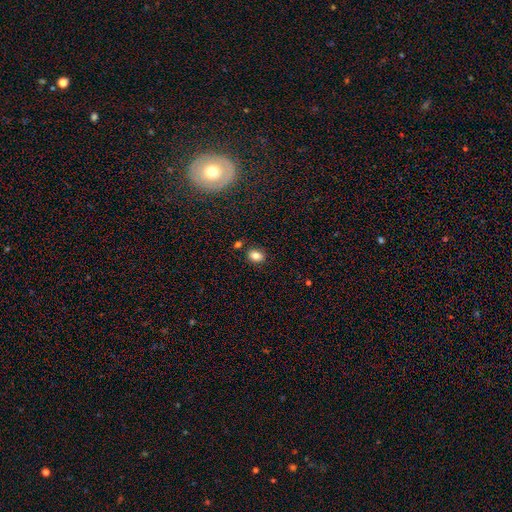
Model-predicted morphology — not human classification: smooth 82%, star or artifact 11%, featured or disk 7%. Down the decision tree: how rounded — in between (64%); merging — none (81%).